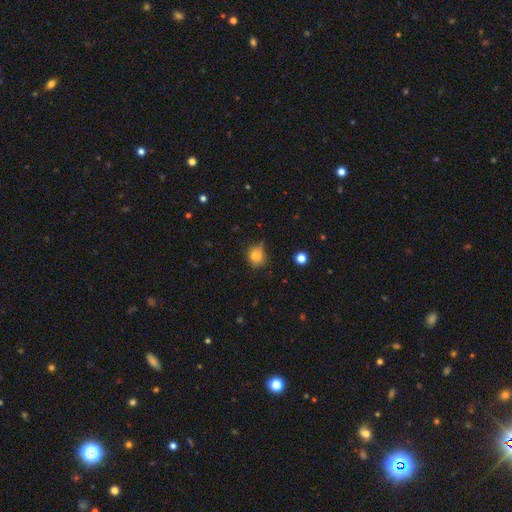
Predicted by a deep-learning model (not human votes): Morphology: type=smooth (78%); roundness=round (75%); merging=none (59%).